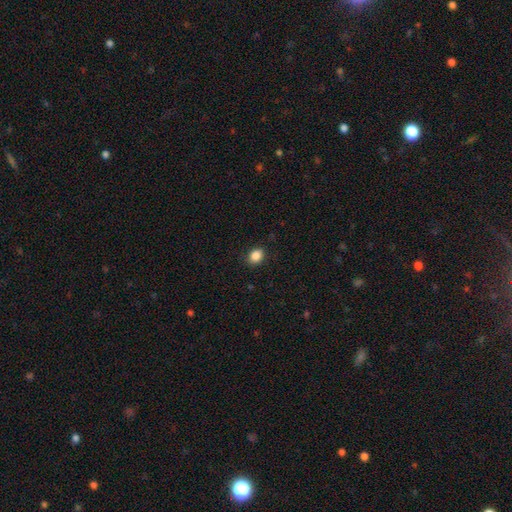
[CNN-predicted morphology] This appears to be a smooth galaxy with no disk features (87%) that is in between round and cigar-shaped (57%). Merging: none (89%).